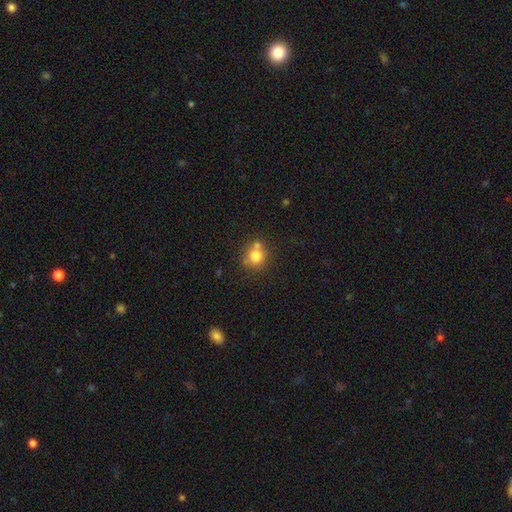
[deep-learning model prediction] Smooth or featured? smooth (77%)
How rounded? round (88%)
Merging? none (58%)